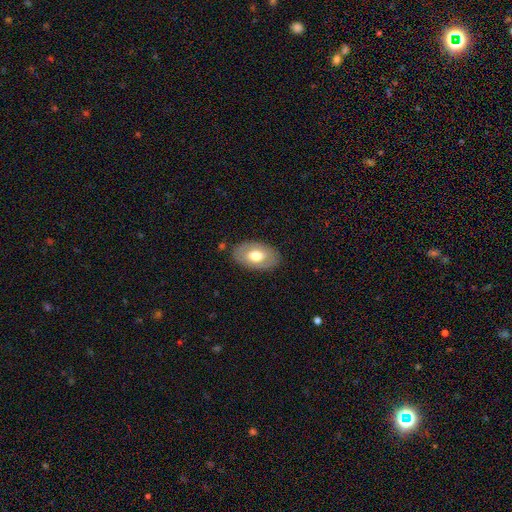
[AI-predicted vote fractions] Overall: smooth (59%; featured or disk 35%). How rounded: in between (90%). Merging: none (84%).